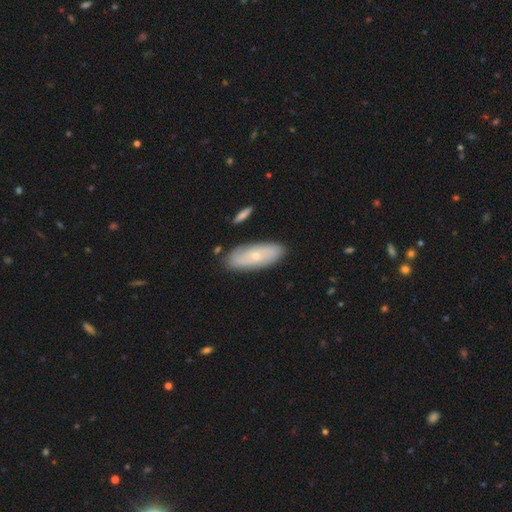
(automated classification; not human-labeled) Overall: smooth (48%; featured or disk 46%). Merging: none (83%).